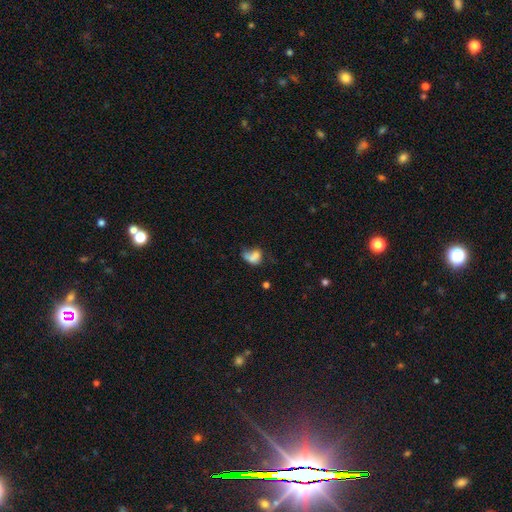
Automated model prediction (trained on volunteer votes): Smooth or featured?
  - smooth: 66% *
  - featured or disk: 22%
  - star or artifact: 12%
How rounded?
  - in between: 74% *
  - round: 24%
  - cigar-shaped: 2%
Merging?
  - major disturbance: 29% *
  - merger: 27%
  - none: 22%
  - minor disturbance: 22%